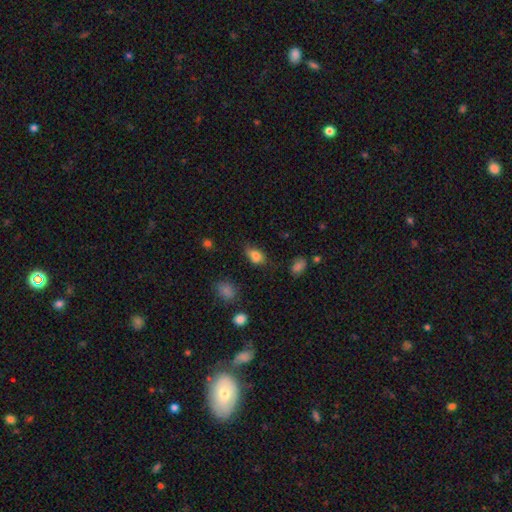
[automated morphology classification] This appears to be a smooth galaxy with no disk features (81%) that is in between round and cigar-shaped (87%). Merging: none (60%).